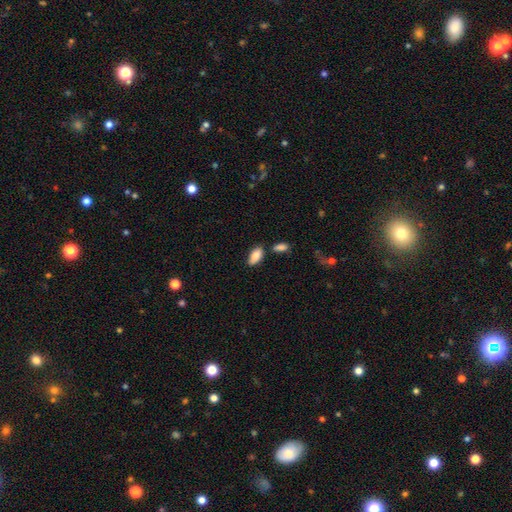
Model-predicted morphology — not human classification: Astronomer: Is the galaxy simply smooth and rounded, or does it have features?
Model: smooth — 85%.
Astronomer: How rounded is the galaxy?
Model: in between — 91%.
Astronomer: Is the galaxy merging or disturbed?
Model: none — 73%.